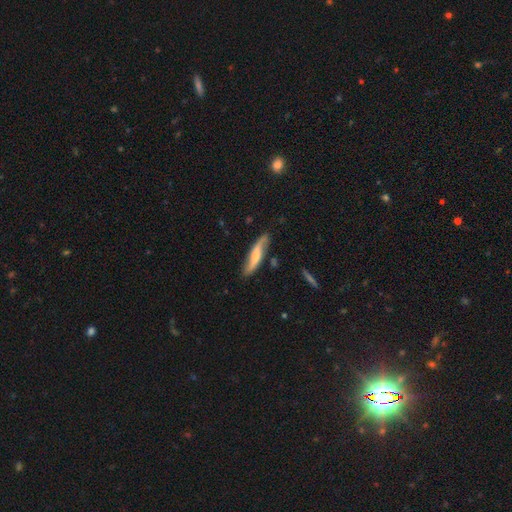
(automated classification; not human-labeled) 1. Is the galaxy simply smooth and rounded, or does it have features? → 54% featured or disk, 41% smooth, 6% star or artifact.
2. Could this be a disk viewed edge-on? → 65% no, 35% yes.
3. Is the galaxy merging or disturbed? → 77% none, 17% minor disturbance, 4% major disturbance, 3% merger.